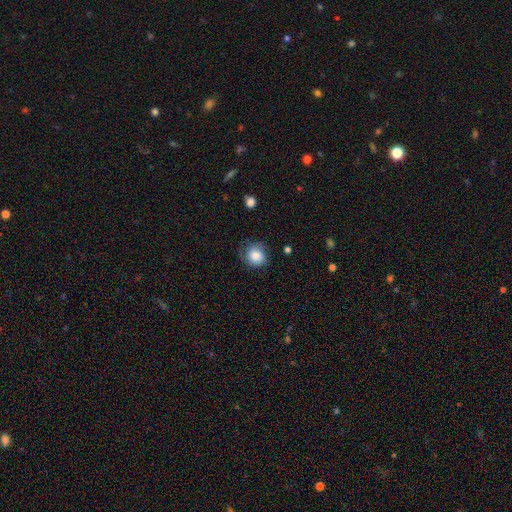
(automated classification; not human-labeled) Morphology: type=smooth (71%); roundness=round (82%); merging=none (64%).